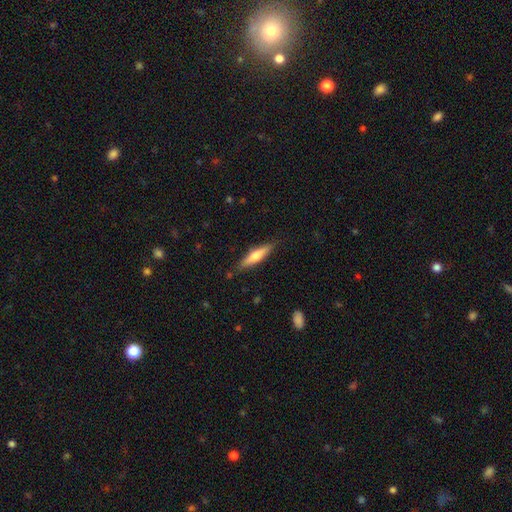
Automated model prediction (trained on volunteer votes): smooth 50%, featured or disk 45%, star or artifact 6%. Down the decision tree: merging — none (86%).